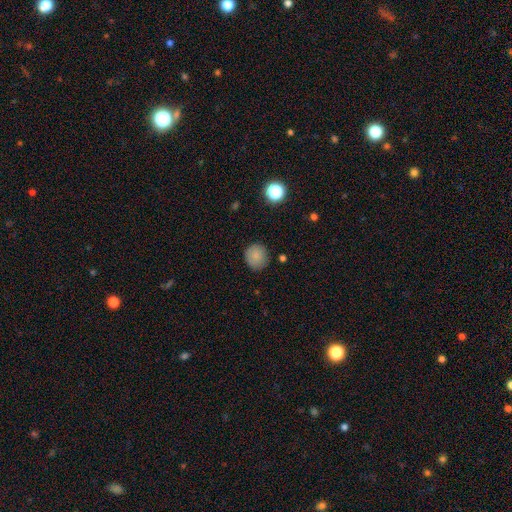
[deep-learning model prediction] Smooth or featured? smooth (82%)
How rounded? round (89%)
Merging? none (86%)